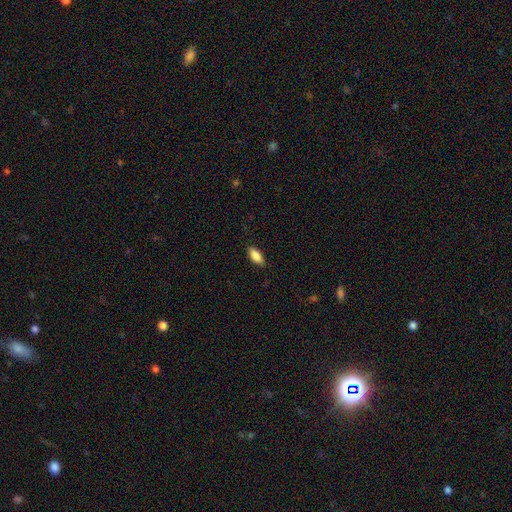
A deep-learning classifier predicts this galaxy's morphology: Overall: smooth (86%). How rounded: in between (85%). Merging: none (86%).